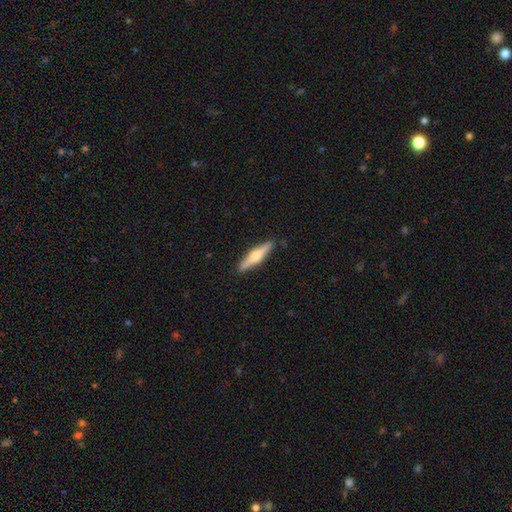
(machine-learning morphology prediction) Q: Smooth or featured?
A: featured or disk (57%); runner-up: smooth (38%)
Q: Edge-on disk?
A: yes (96%); runner-up: no (4%)
Q: Edge-on bulge?
A: rounded (90%); runner-up: boxy (6%)
Q: Merging?
A: none (90%); runner-up: minor disturbance (7%)